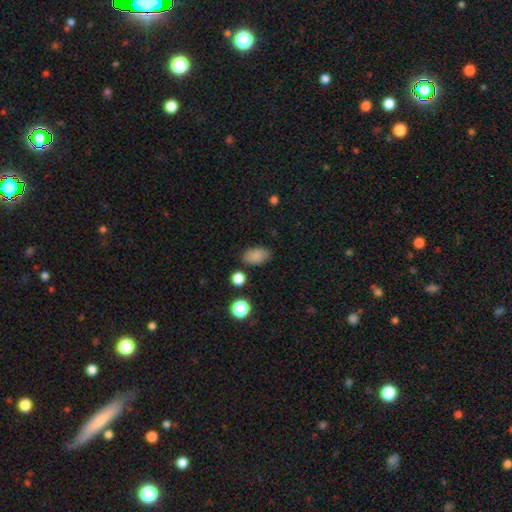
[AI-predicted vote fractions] Morphology: type=smooth (84%); roundness=in between (88%); merging=none (80%).